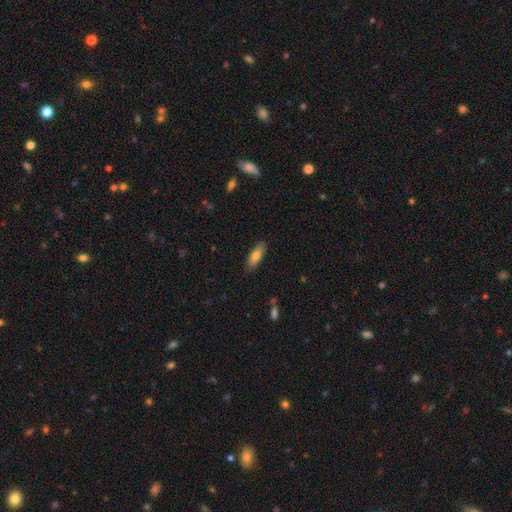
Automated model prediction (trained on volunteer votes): Q: Smooth or featured?
A: smooth (76%); runner-up: featured or disk (18%)
Q: How rounded?
A: in between (66%); runner-up: cigar-shaped (32%)
Q: Merging?
A: none (85%); runner-up: minor disturbance (11%)